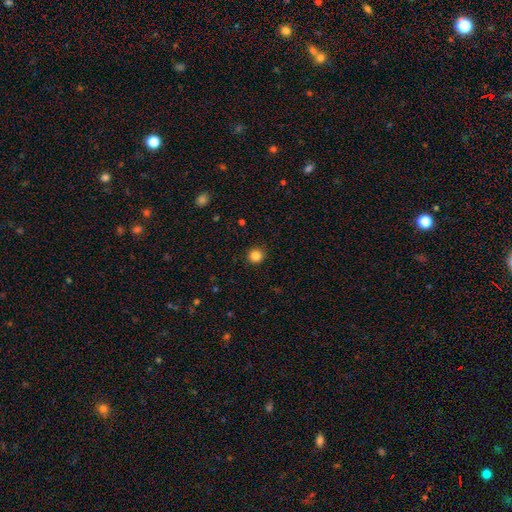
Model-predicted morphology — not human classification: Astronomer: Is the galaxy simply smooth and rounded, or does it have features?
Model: smooth — 85%.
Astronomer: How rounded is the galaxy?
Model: round — 92%.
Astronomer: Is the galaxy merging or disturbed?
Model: none — 91%.